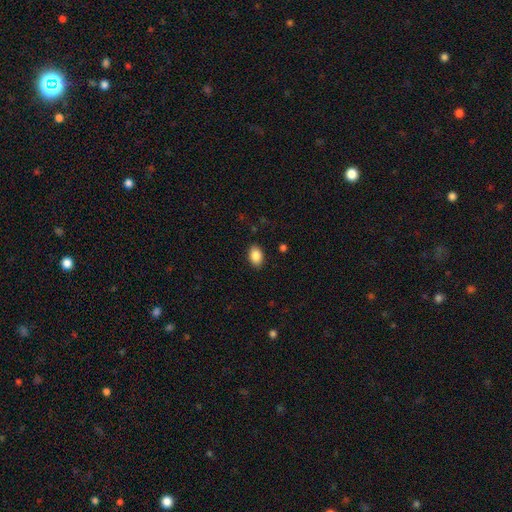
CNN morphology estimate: smooth-or-featured: smooth: 88% | star or artifact: 8% | featured or disk: 4%
  how-rounded: in between: 85% | round: 14% | cigar-shaped: 1%
  merging: none: 88% | minor disturbance: 9% | major disturbance: 2% | merger: 1%